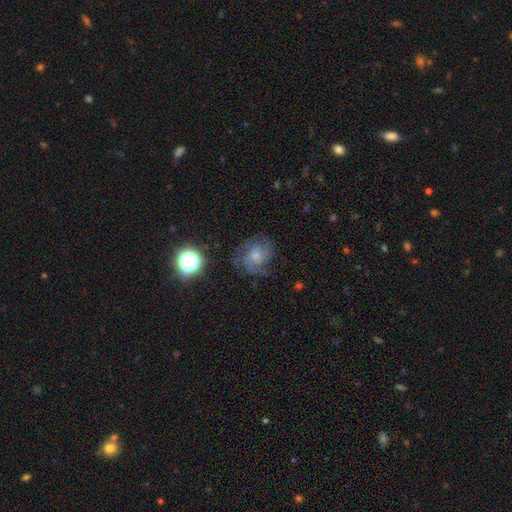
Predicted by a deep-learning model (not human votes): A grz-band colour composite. It shows a featured or disk galaxy (57%) with no bar (74%), spiral arms (85%) and a small central bulge (51%). Merging: none (61%).